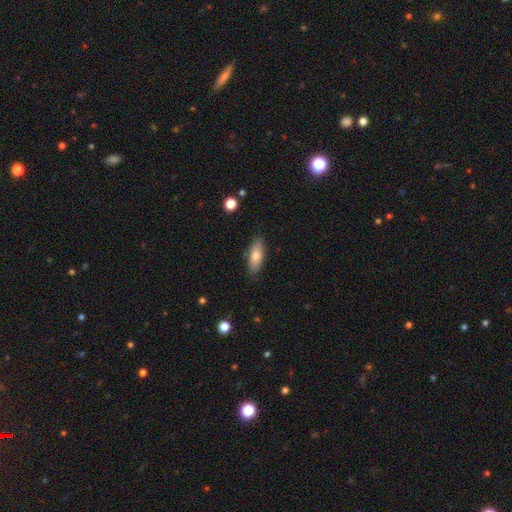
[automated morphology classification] smooth_or_featured: smooth (p=0.75) [alt: featured or disk p=0.18]
how_rounded: in between (p=0.70) [alt: cigar-shaped p=0.27]
merging: none (p=0.85) [alt: minor disturbance p=0.12]